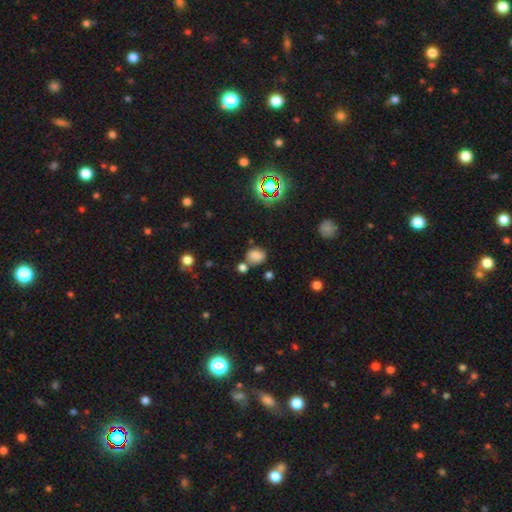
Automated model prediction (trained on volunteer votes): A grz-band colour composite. It shows a smooth galaxy with no disk features (77%) that is in between round and cigar-shaped (53%). Merging: none (60%).